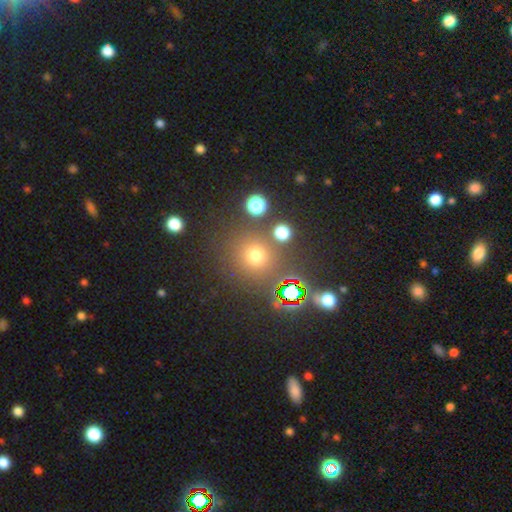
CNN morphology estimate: type=smooth (67%); roundness=round (91%); merging=none (79%).